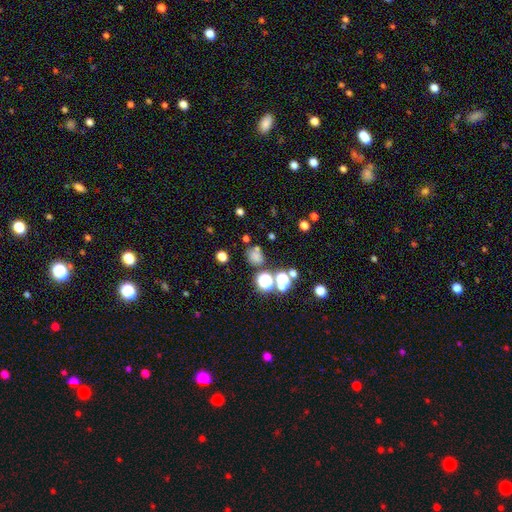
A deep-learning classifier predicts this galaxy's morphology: A smooth galaxy with no disk features (60%) that is round (80%). Merging: none (66%).